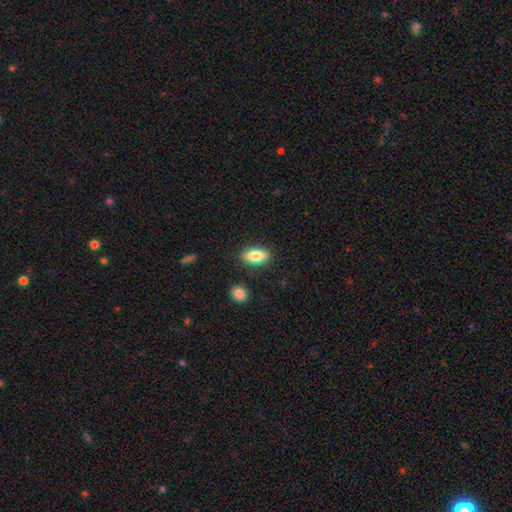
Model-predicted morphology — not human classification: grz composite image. It shows a smooth galaxy with no disk features (83%) that is in between round and cigar-shaped (87%). Merging: none (86%).